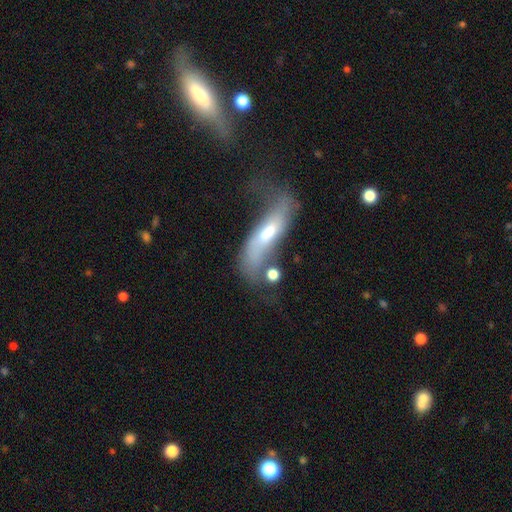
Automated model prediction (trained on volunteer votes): The model was most divided on "merging": none: 33%, major disturbance: 29%, minor disturbance: 22%, merger: 16%. More confident: edge-on disk — no (71%); smooth or featured — featured or disk (60%).